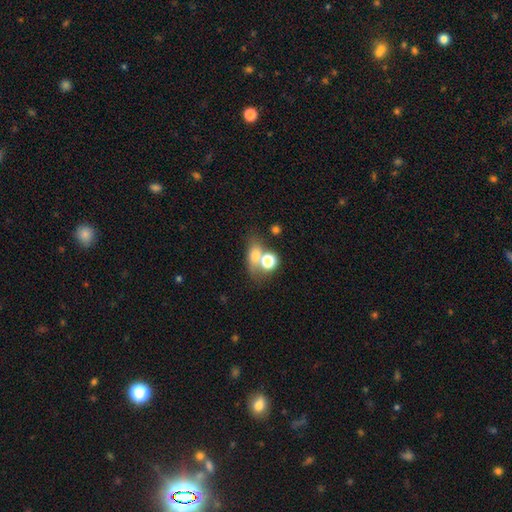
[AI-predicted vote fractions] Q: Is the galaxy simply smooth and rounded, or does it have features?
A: smooth — 69%.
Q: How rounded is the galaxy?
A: in between — 55%.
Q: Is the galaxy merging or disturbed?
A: merger — 43%.